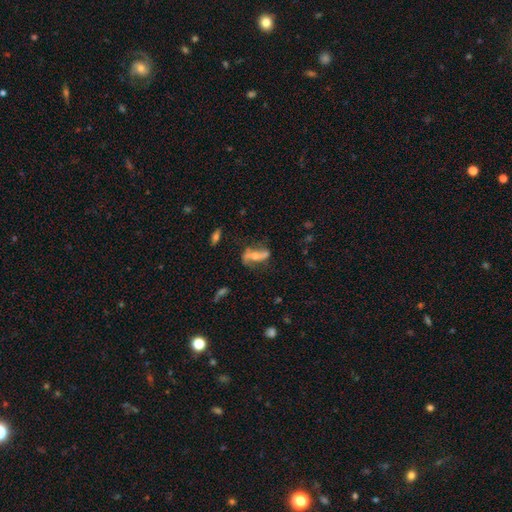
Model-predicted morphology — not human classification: A featured or disk galaxy (74%) with a strong bar (40%), 2 (89%) loose (77%) spiral arms (84%) and a moderate central bulge (48%).

Vote fractions:
- Smooth or featured? featured or disk: 74% / smooth: 18% / star or artifact: 8%
- Edge-on disk? no: 84% / yes: 16%
- Bar? strong: 40% / no: 35% / weak: 25%
- Spiral arms? yes: 84% / no: 16%
- Spiral winding? loose: 77% / medium: 17% / tight: 7%
- Spiral arm count? 2: 89% / can't tell: 5% / 1: 3% / 3: 1% / 4: 1% / more than 4: 1%
- Bulge size? moderate: 48% / small: 42% / none: 5% / large: 4% / dominant: 1%
- Merging? none: 63% / minor disturbance: 20% / major disturbance: 12% / merger: 5%